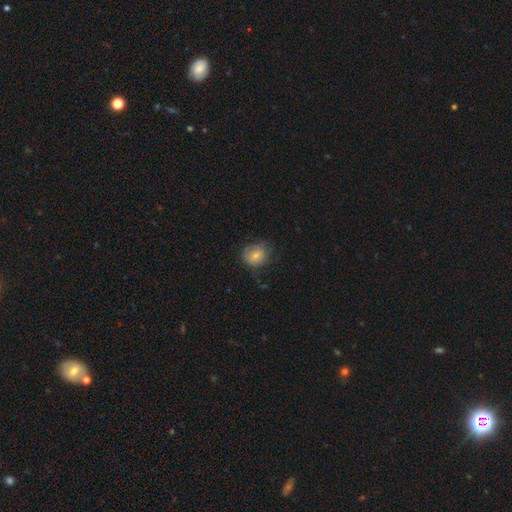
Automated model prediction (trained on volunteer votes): Smooth or featured?
  - smooth: 73% *
  - featured or disk: 18%
  - star or artifact: 9%
How rounded?
  - round: 72% *
  - in between: 27%
  - cigar-shaped: 1%
Merging?
  - none: 61% *
  - minor disturbance: 26%
  - major disturbance: 12%
  - merger: 1%